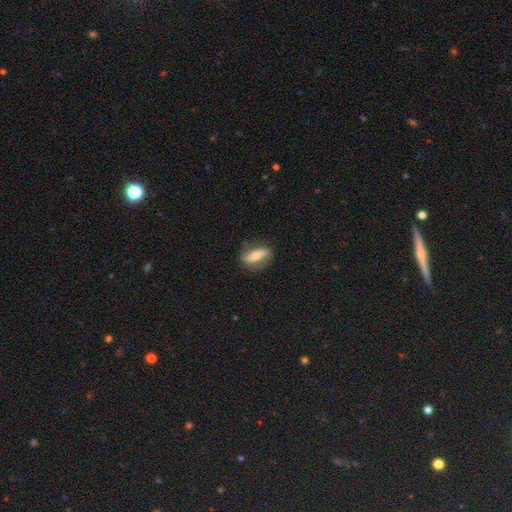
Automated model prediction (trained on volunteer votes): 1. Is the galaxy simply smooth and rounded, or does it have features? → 59% featured or disk, 33% smooth, 7% star or artifact.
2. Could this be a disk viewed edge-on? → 74% no, 26% yes.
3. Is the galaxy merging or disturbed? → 78% none, 15% minor disturbance, 5% major disturbance, 1% merger.